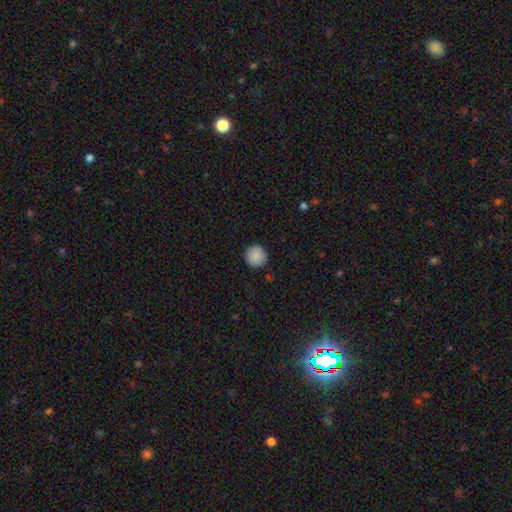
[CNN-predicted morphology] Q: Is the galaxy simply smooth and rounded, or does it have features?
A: smooth — 88%.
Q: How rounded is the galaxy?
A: round — 96%.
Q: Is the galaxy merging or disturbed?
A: none — 91%.